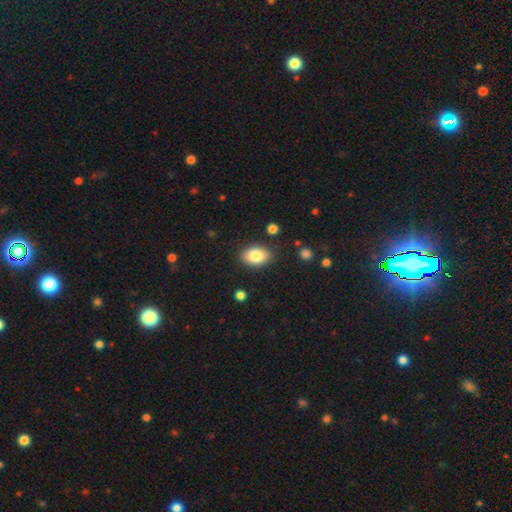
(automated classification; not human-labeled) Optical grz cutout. It shows a smooth galaxy with no disk features (82%) that is in between round and cigar-shaped (82%). Merging: none (86%).